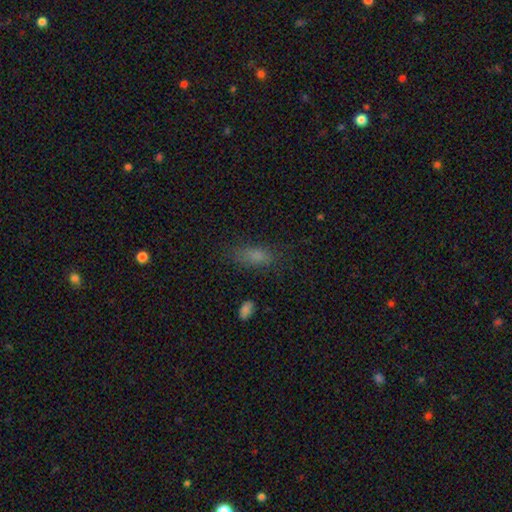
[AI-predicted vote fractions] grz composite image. It shows a smooth galaxy with no disk features (76%) that is in between round and cigar-shaped (75%). Merging: none (71%).